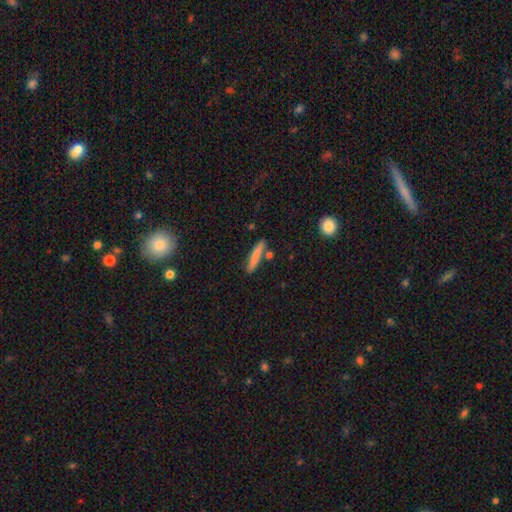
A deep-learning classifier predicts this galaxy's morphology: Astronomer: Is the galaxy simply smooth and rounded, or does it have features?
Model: smooth — 76%.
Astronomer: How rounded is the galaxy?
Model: cigar-shaped — 91%.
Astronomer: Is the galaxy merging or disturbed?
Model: none — 80%.